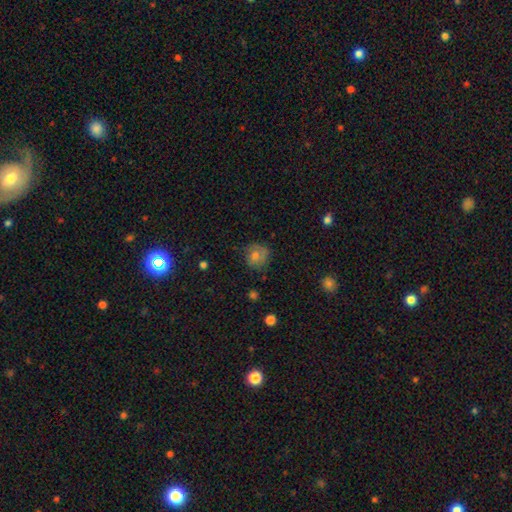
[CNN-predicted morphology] type=smooth (64%); roundness=round (81%); merging=none (67%).